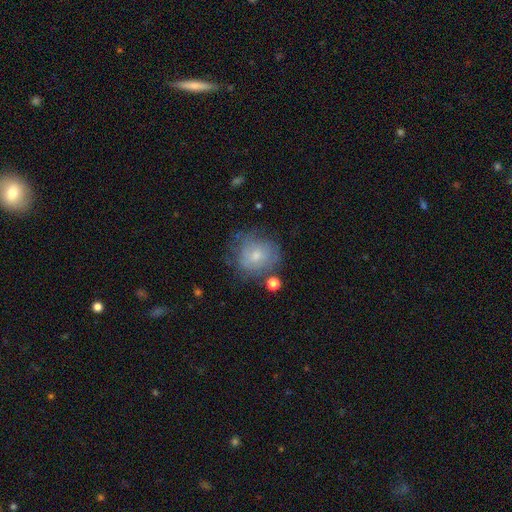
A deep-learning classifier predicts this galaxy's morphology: This is possibly a smooth galaxy (52%). How rounded: clearly round (81%). Merging: possibly none (59%).